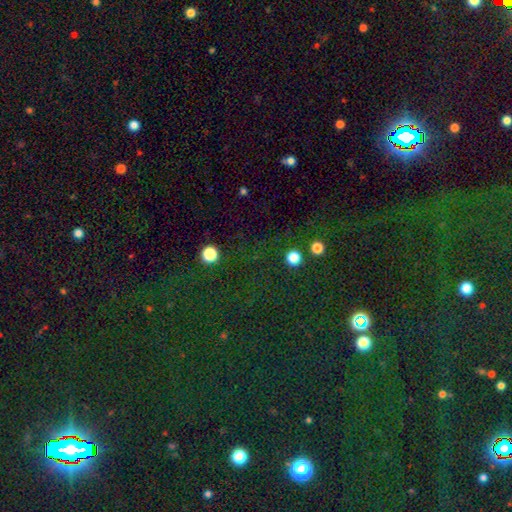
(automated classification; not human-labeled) Morphology: type=star or artifact (78%).